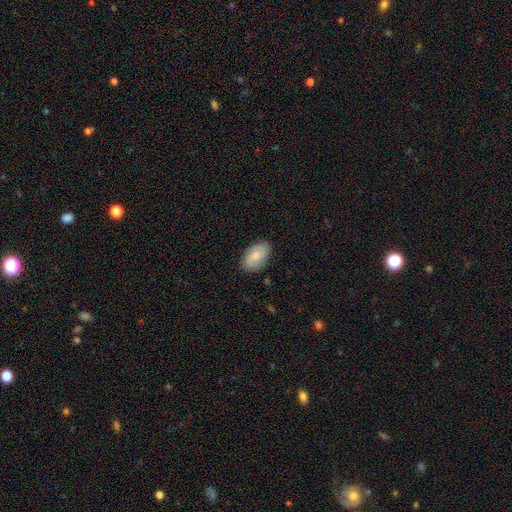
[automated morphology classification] Smooth or featured: smooth — 61% (featured or disk — 32%)
How rounded: in between — 92% (round — 7%)
Merging: none — 82% (minor disturbance — 14%)